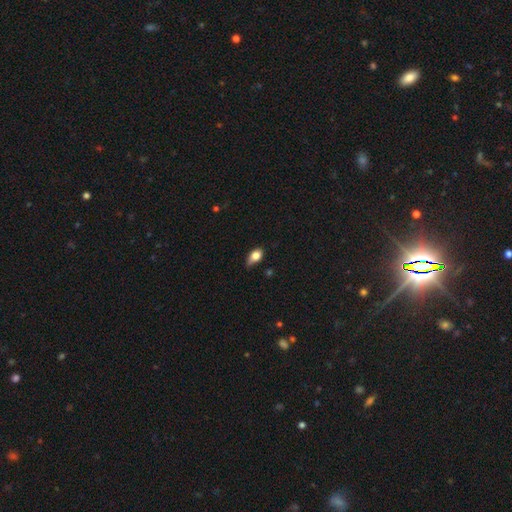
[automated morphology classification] type=smooth (80%); roundness=in between (84%); merging=none (49%).